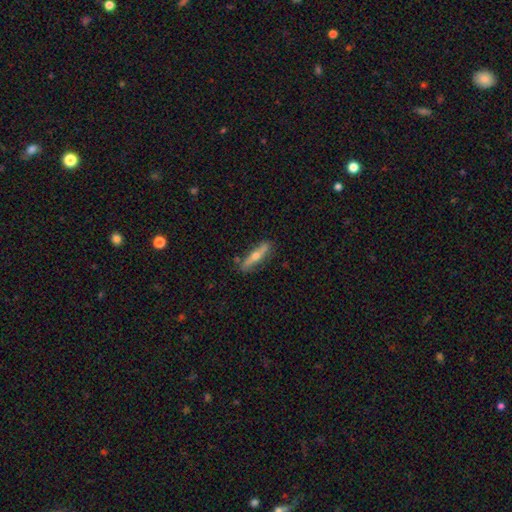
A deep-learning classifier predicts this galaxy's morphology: This is possibly a featured or disk galaxy (57%). It is clearly viewed edge-on (86%). Merging: clearly none (84%).